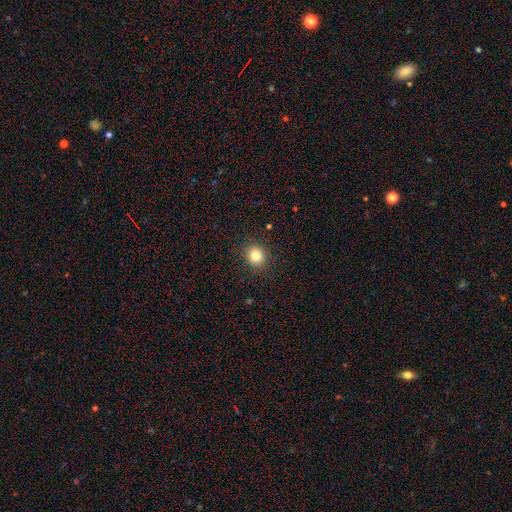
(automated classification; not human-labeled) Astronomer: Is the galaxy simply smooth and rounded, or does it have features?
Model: smooth — 81%.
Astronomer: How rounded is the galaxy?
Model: round — 81%.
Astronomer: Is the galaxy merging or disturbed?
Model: none — 90%.